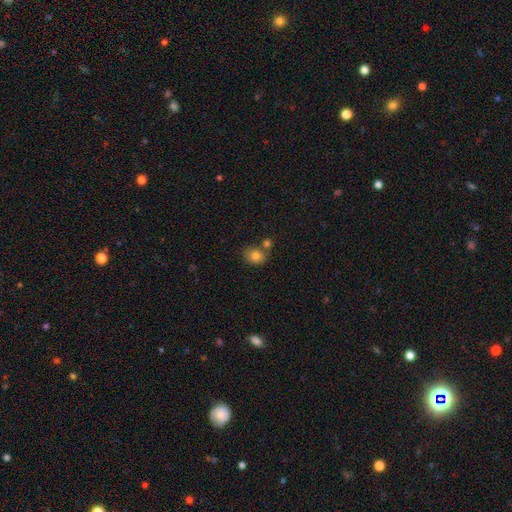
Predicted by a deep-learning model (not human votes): Q: Smooth or featured?
A: smooth (81%); runner-up: star or artifact (10%)
Q: How rounded?
A: round (65%); runner-up: in between (34%)
Q: Merging?
A: none (54%); runner-up: merger (27%)